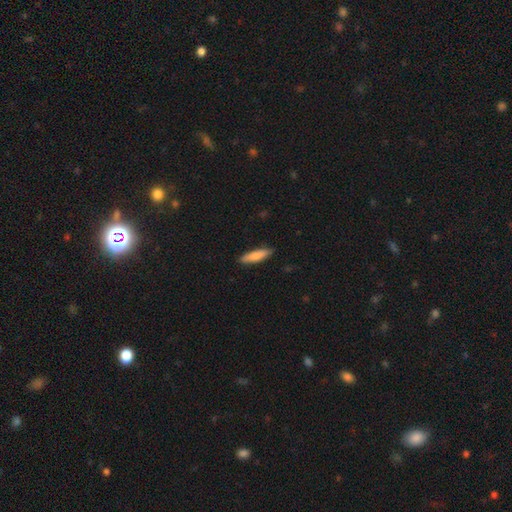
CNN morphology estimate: Smooth or featured? Predicted: smooth (p=0.82). How rounded? Predicted: cigar-shaped (p=0.72). Merging? Predicted: none (p=0.88).